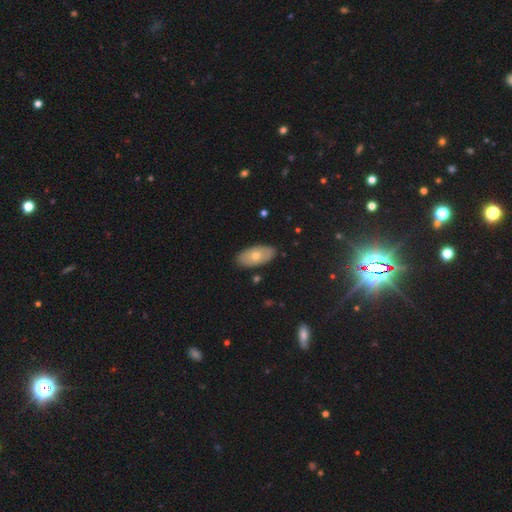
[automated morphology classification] This appears to be a smooth galaxy with no disk features (56%) that is in between round and cigar-shaped (92%). Merging: none (87%).